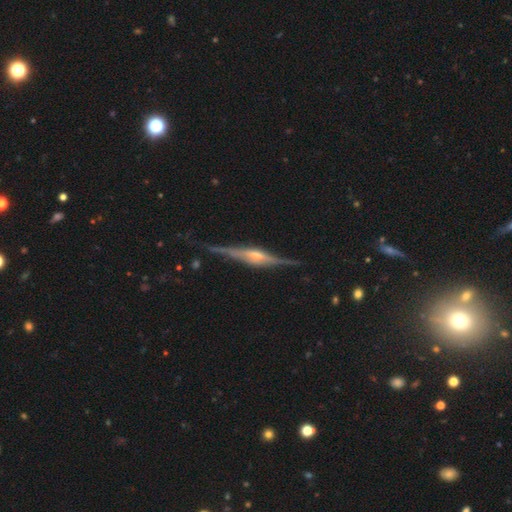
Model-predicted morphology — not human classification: featured or disk 86%, smooth 8%, star or artifact 6%. Down the decision tree: edge-on disk — yes (97%); edge-on bulge — rounded (64%); merging — none (81%).